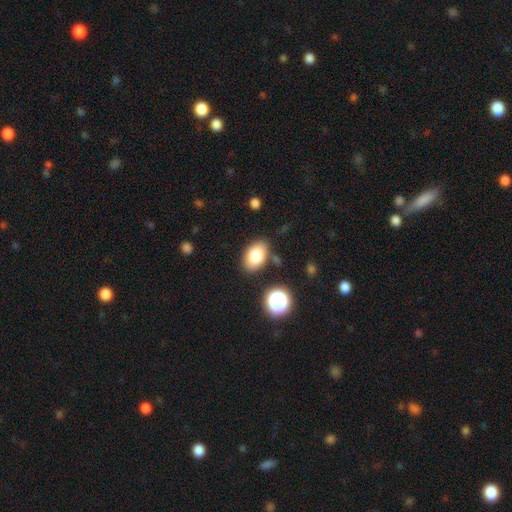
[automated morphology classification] Smooth or featured? smooth (80%)
How rounded? in between (87%)
Merging? none (81%)